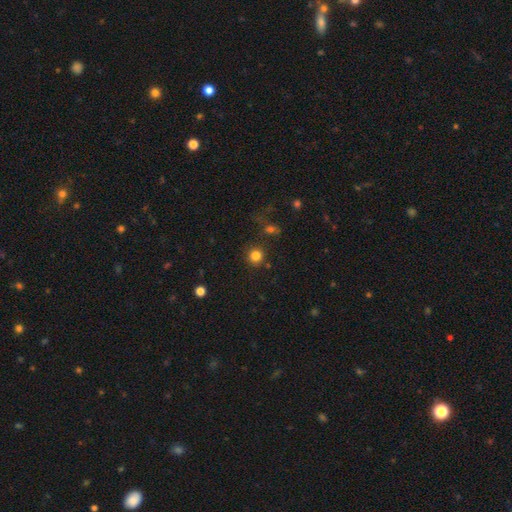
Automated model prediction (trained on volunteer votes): Q: Smooth or featured?
A: smooth (82%); runner-up: star or artifact (13%)
Q: How rounded?
A: round (93%); runner-up: in between (6%)
Q: Merging?
A: none (85%); runner-up: minor disturbance (8%)